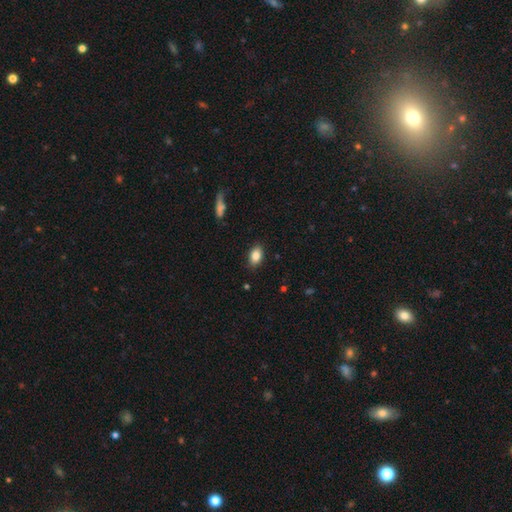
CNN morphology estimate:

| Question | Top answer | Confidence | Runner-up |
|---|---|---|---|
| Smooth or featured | smooth | 86% | star or artifact (8%) |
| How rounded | in between | 88% | round (10%) |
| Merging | none | 87% | minor disturbance (10%) |